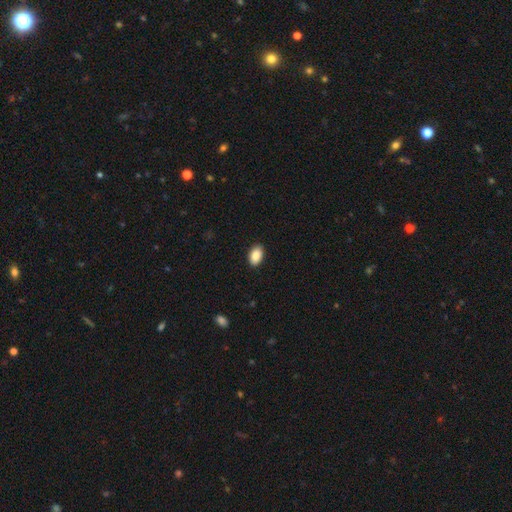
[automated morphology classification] smooth_or_featured: smooth (p=0.89) [alt: star or artifact p=0.07]
how_rounded: in between (p=0.91) [alt: round p=0.08]
merging: none (p=0.90) [alt: minor disturbance p=0.08]